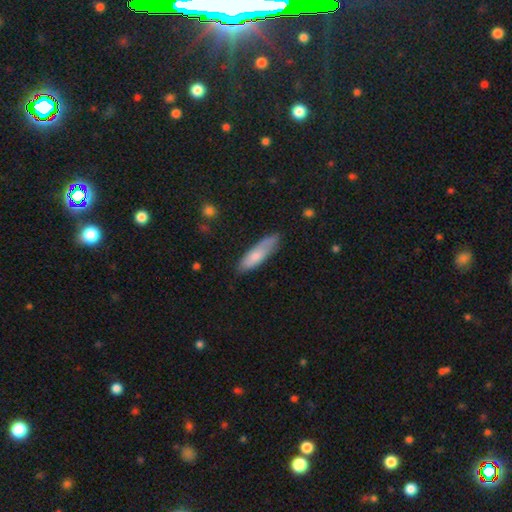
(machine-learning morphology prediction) This appears to be a smooth galaxy with no disk features (70%) that is cigar-shaped (59%). Merging: none (72%).